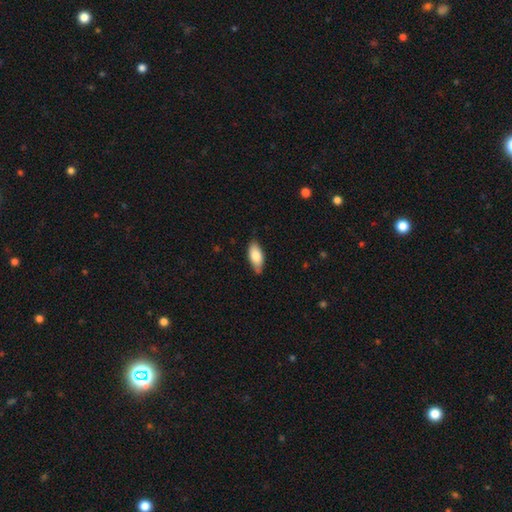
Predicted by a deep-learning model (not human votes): This appears to be a smooth galaxy with no disk features (82%) that is in between round and cigar-shaped (86%). Merging: none (78%).